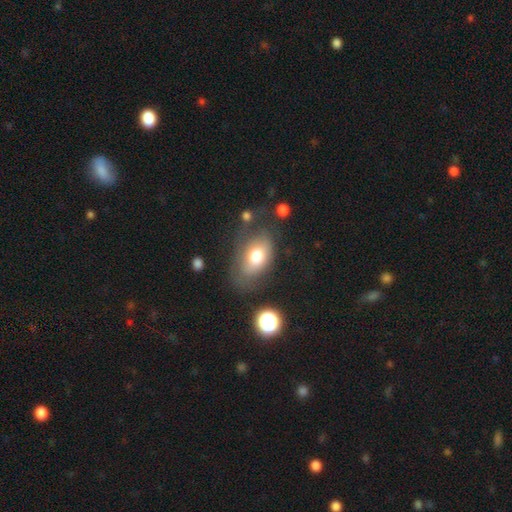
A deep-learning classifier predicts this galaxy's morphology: Smooth or featured? smooth (73%)
How rounded? in between (85%)
Merging? none (57%)